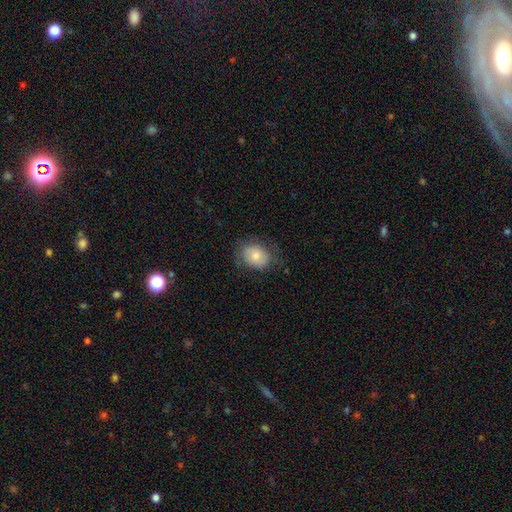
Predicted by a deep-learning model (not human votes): Smooth or featured: smooth — 78% (featured or disk — 14%)
How rounded: in between — 55% (round — 45%)
Merging: none — 73% (minor disturbance — 19%)